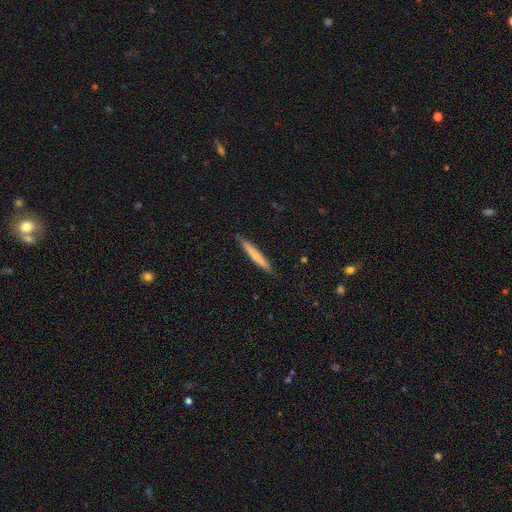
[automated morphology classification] smooth-or-featured: smooth: 60% | featured or disk: 34% | star or artifact: 6%
  how-rounded: cigar-shaped: 95% | in between: 4% | round: 1%
  merging: none: 87% | minor disturbance: 10% | major disturbance: 2% | merger: 1%